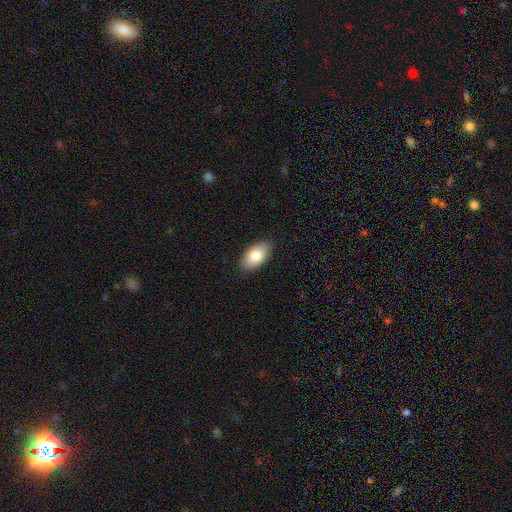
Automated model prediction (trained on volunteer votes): Smooth or featured? Predicted: smooth (p=0.83). How rounded? Predicted: in between (p=0.95). Merging? Predicted: none (p=0.87).